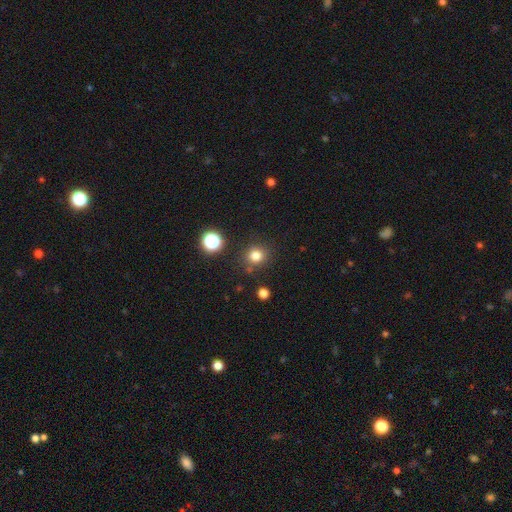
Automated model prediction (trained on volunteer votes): This is likely a smooth galaxy (80%). How rounded: clearly round (87%). Merging: clearly none (83%).